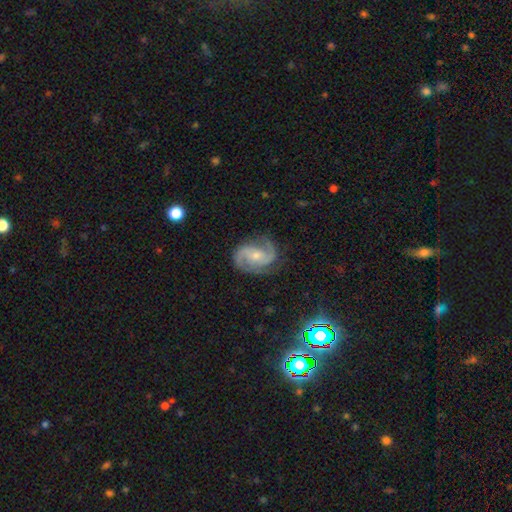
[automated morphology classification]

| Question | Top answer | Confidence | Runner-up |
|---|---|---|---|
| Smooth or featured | featured or disk | 88% | smooth (7%) |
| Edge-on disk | no | 98% | yes (2%) |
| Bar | no | 52% | weak (37%) |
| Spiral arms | yes | 97% | no (3%) |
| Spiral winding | medium | 55% | tight (23%) |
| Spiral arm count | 2 | 86% | 3 (6%) |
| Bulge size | small | 54% | moderate (40%) |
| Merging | none | 77% | minor disturbance (16%) |